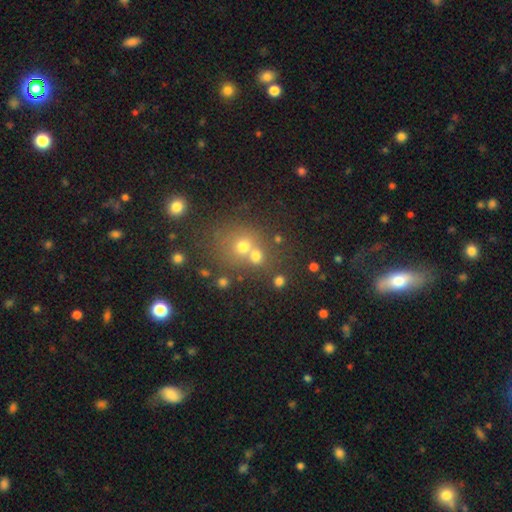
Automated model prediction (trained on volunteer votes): smooth 65%, star or artifact 20%, featured or disk 14%. Down the decision tree: how rounded — round (79%); merging — none (47%).